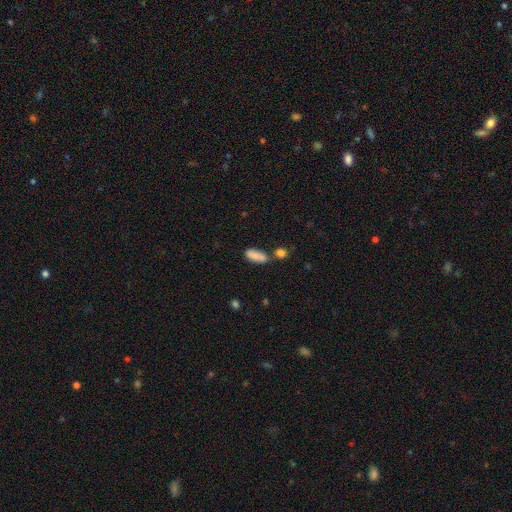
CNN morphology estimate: type=smooth (84%); roundness=in between (75%); merging=none (47%).